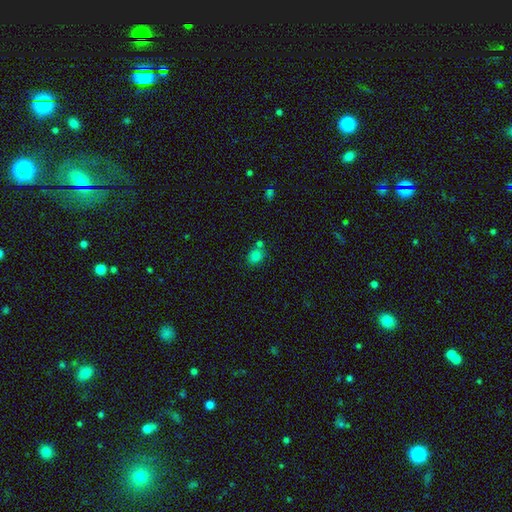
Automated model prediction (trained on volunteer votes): smooth-or-featured: smooth: 80% | star or artifact: 14% | featured or disk: 6%
  how-rounded: round: 63% | in between: 36% | cigar-shaped: 1%
  merging: none: 64% | merger: 21% | minor disturbance: 12% | major disturbance: 4%